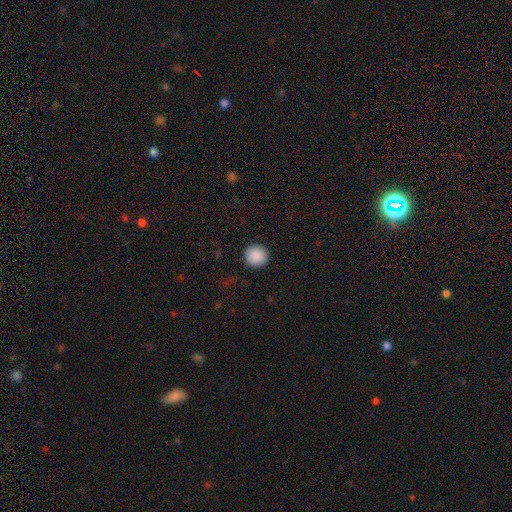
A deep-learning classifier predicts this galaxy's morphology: Overall: smooth (90%). How rounded: round (94%). Merging: none (92%).